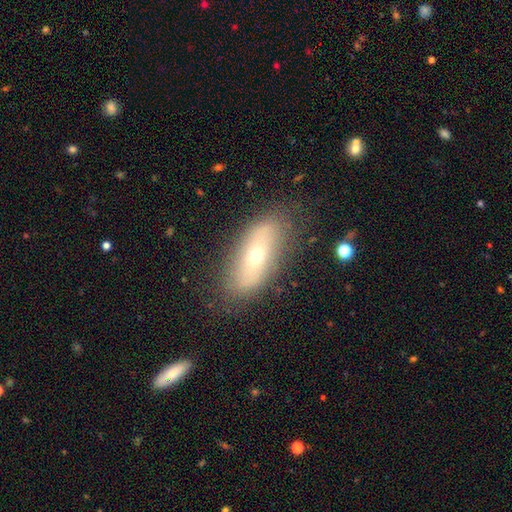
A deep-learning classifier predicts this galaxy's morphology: Smooth or featured?
  - smooth: 49% *
  - featured or disk: 41%
  - star or artifact: 10%
Merging?
  - none: 78% *
  - minor disturbance: 15%
  - major disturbance: 6%
  - merger: 2%